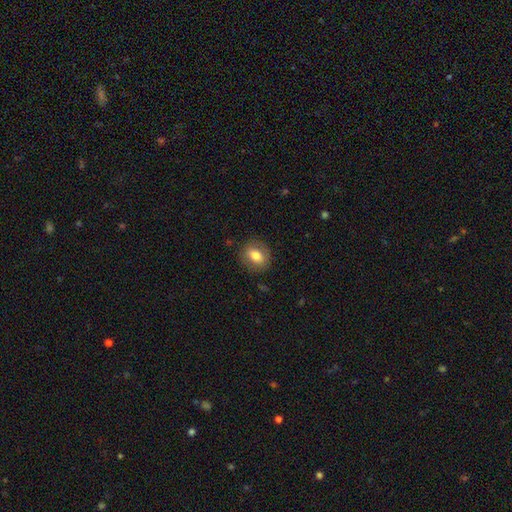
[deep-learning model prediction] This is likely a smooth galaxy (74%). How rounded: possibly round (53%). Merging: clearly none (83%).